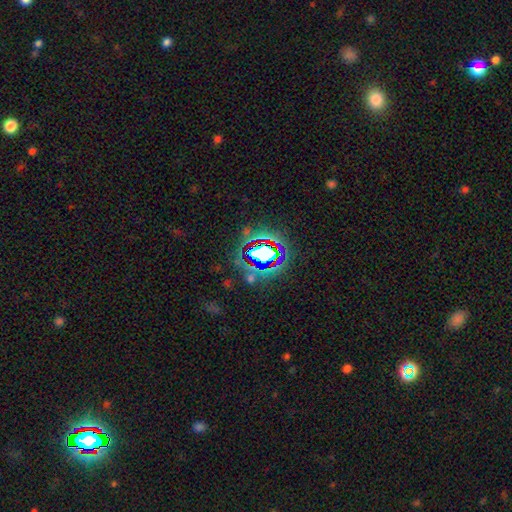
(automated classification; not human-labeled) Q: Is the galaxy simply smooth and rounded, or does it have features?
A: star or artifact — 78%.